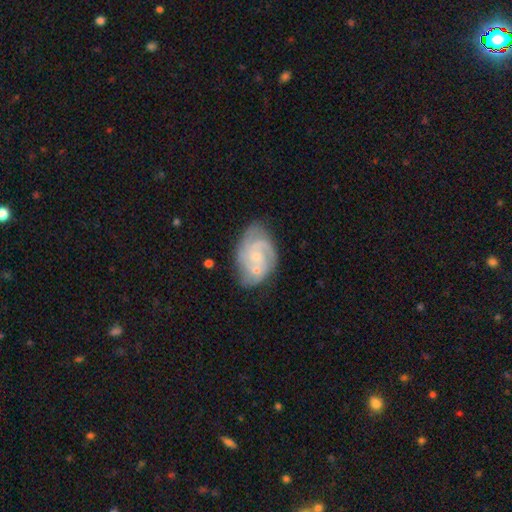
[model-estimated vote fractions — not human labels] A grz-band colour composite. It shows a featured or disk galaxy (80%) with no bar (63%), 2 (36%) tight (48%) spiral arms (94%) and a small central bulge (63%). Merging: none (51%).